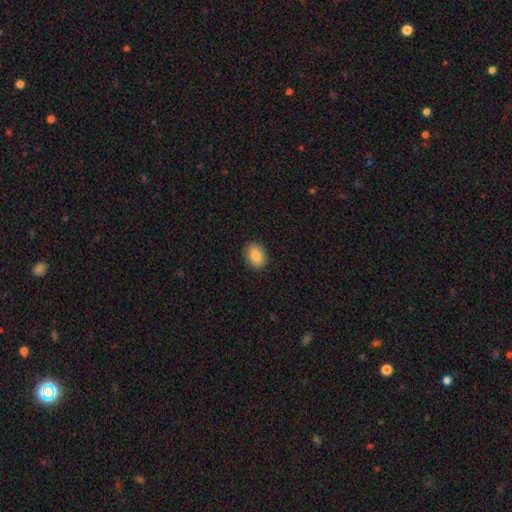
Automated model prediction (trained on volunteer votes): A smooth galaxy with no disk features (87%) that is in between round and cigar-shaped (73%).

Vote fractions:
- Smooth or featured? smooth: 87% / star or artifact: 8% / featured or disk: 6%
- How rounded? in between: 73% / round: 26% / cigar-shaped: 1%
- Merging? none: 89% / minor disturbance: 8% / major disturbance: 2% / merger: 1%